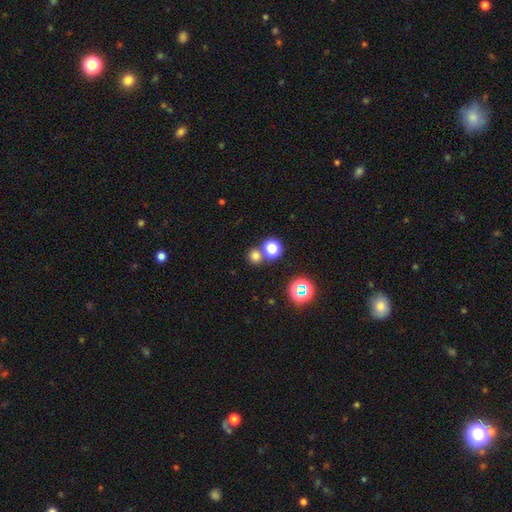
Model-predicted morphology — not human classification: type=smooth (71%); roundness=round (90%); merging=none (69%).